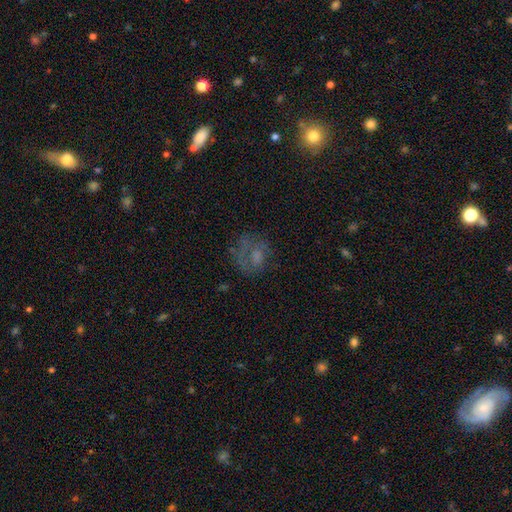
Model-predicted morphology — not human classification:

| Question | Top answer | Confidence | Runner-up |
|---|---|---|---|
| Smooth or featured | featured or disk | 40% | smooth (38%) |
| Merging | none | 49% | major disturbance (29%) |